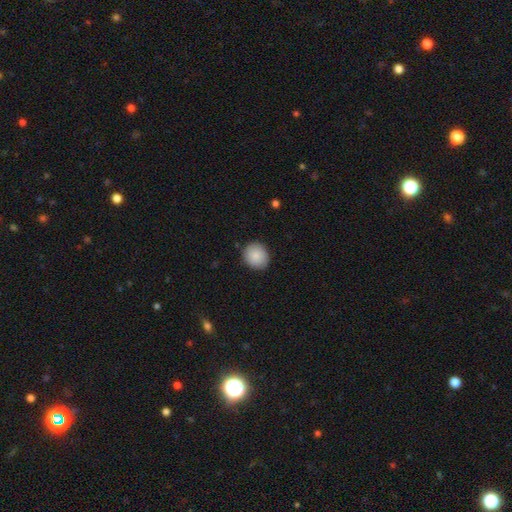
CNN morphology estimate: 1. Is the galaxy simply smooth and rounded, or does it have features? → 88% smooth, 7% star or artifact, 5% featured or disk.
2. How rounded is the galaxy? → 79% round, 20% in between, 1% cigar-shaped.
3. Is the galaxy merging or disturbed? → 85% none, 11% minor disturbance, 2% major disturbance, 1% merger.